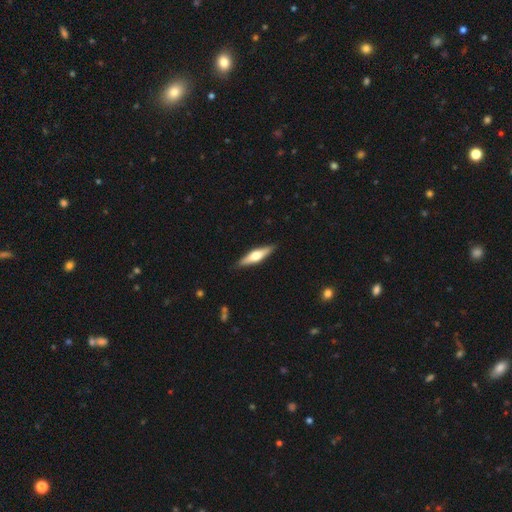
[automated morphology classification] smooth_or_featured: featured or disk (p=0.56) [alt: smooth p=0.39]
disk_edge_on: yes (p=0.95) [alt: no p=0.05]
edge_on_bulge: rounded (p=0.93) [alt: boxy p=0.05]
merging: none (p=0.90) [alt: minor disturbance p=0.08]